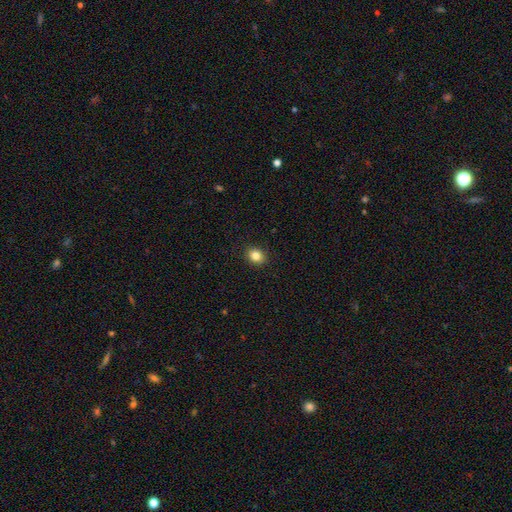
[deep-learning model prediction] This is clearly a smooth galaxy (84%). How rounded: possibly round (59%). Merging: clearly none (91%).